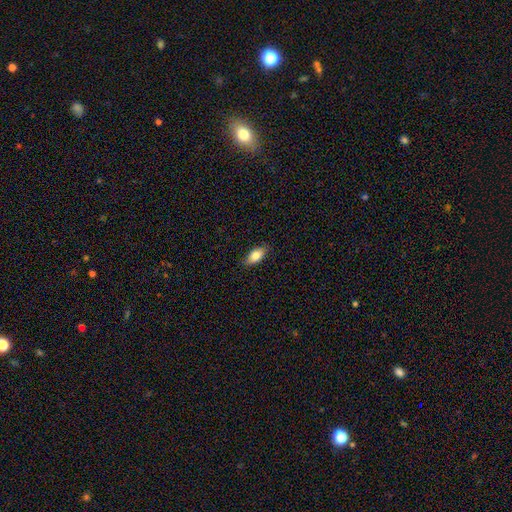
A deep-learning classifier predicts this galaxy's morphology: smooth 80%, featured or disk 13%, star or artifact 7%. Down the decision tree: how rounded — in between (87%); merging — none (85%).